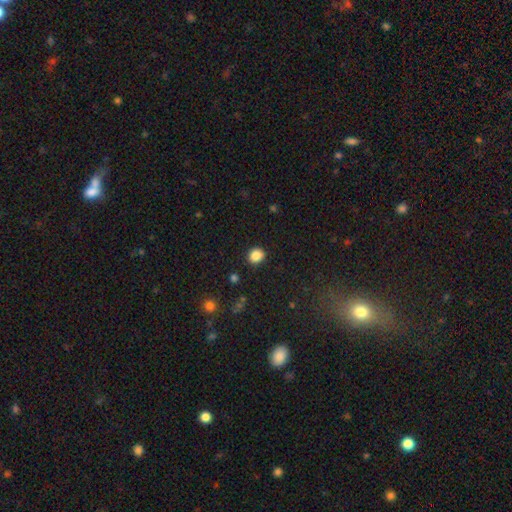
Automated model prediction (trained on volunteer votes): The model was most divided on "how rounded": round: 75%, in between: 24%, cigar-shaped: 1%. More confident: merging — none (89%); smooth or featured — smooth (85%).